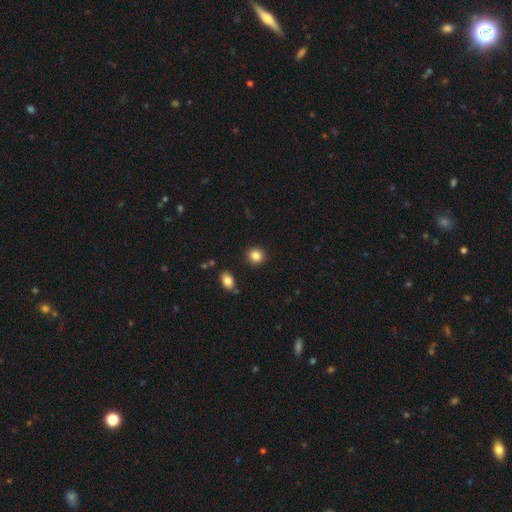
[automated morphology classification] Smooth or featured: smooth — 85% (star or artifact — 10%)
How rounded: round — 88% (in between — 11%)
Merging: none — 90% (minor disturbance — 6%)